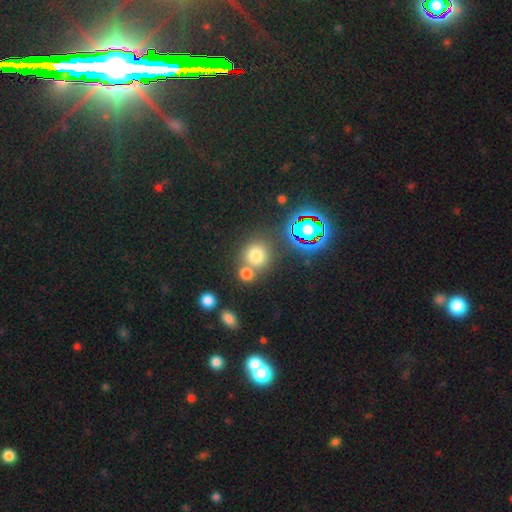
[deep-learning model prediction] Smooth or featured: smooth — 71% (star or artifact — 21%)
How rounded: round — 87% (in between — 12%)
Merging: none — 60% (merger — 29%)